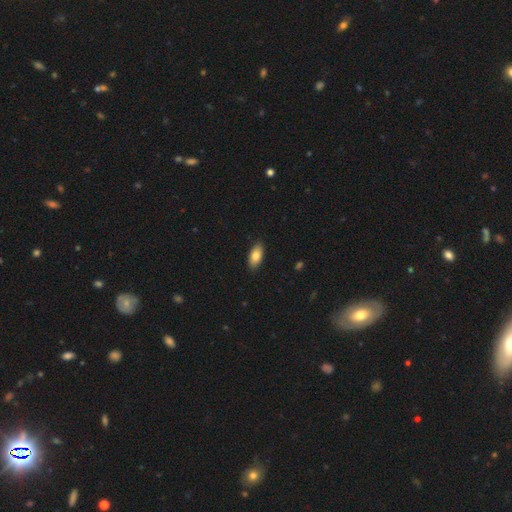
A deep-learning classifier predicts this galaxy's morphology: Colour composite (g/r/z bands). It shows a smooth galaxy with no disk features (83%) that is in between round and cigar-shaped (89%). Merging: none (88%).